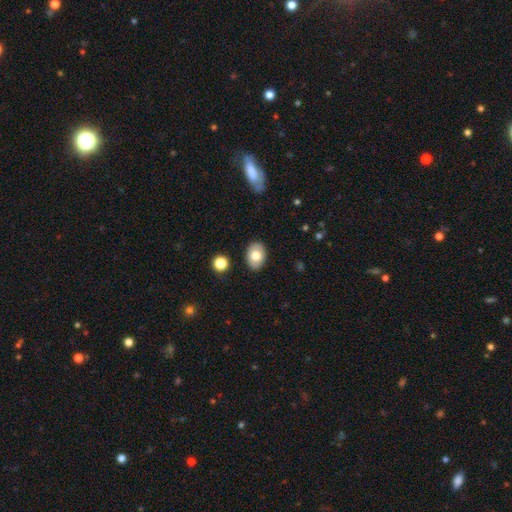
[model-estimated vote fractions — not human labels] smooth_or_featured: smooth (p=0.71) [alt: featured or disk p=0.22]
how_rounded: in between (p=0.77) [alt: round p=0.22]
merging: none (p=0.87) [alt: minor disturbance p=0.09]